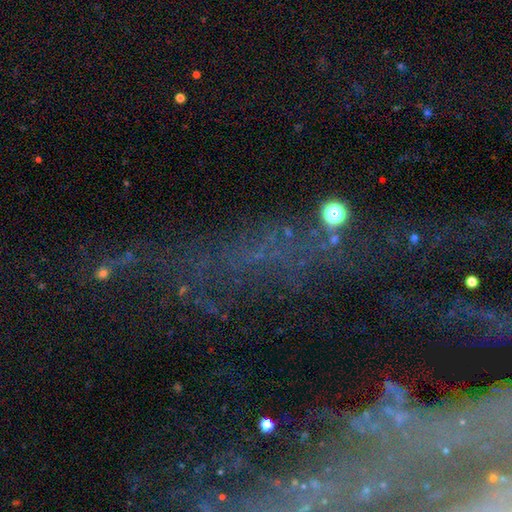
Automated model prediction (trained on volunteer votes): Q: Smooth or featured?
A: star or artifact (52%); runner-up: featured or disk (29%)